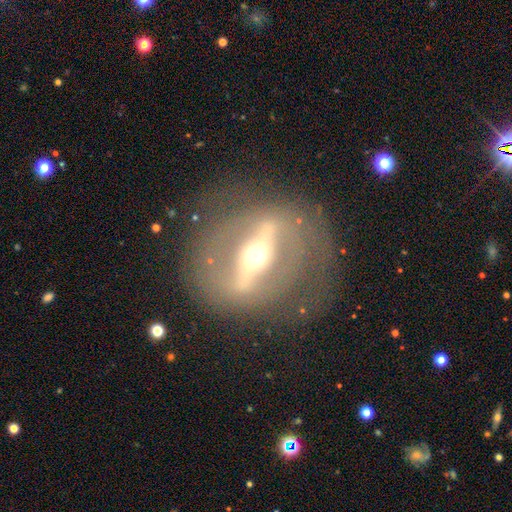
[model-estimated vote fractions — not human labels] A featured or disk galaxy (84%) with a strong bar (88%), no spiral arms (77%) and a moderate central bulge (68%).

Vote fractions:
- Smooth or featured? featured or disk: 84% / smooth: 9% / star or artifact: 6%
- Edge-on disk? no: 61% / yes: 39%
- Bar? strong: 88% / weak: 7% / no: 5%
- Spiral arms? no: 77% / yes: 23%
- Bulge size? moderate: 68% / small: 18% / large: 12% / dominant: 2% / none: 1%
- Merging? none: 77% / minor disturbance: 11% / major disturbance: 10% / merger: 2%